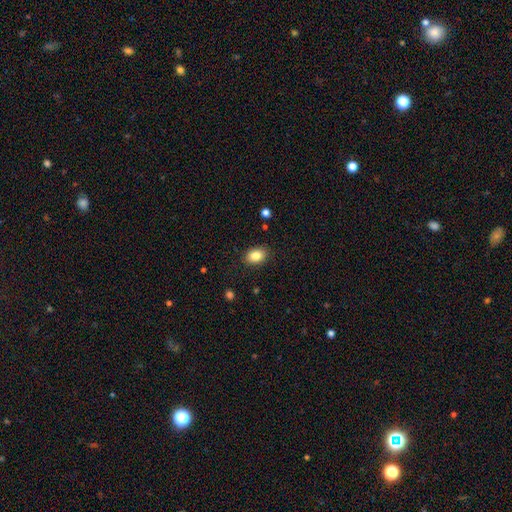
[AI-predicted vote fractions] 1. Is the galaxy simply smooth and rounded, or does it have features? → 85% smooth, 9% star or artifact, 7% featured or disk.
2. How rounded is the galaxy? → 77% in between, 22% round, 1% cigar-shaped.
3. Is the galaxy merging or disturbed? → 88% none, 9% minor disturbance, 2% major disturbance, 1% merger.